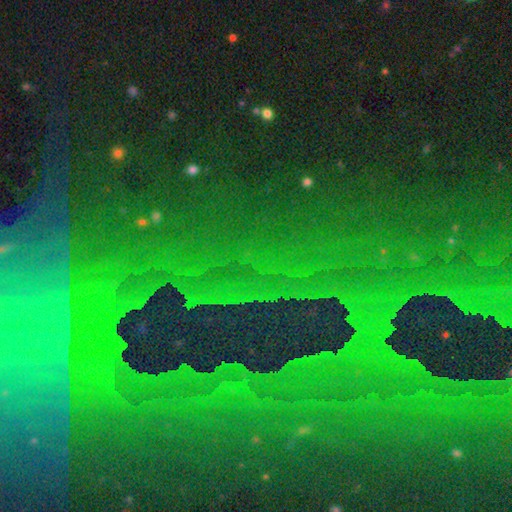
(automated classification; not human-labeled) smooth-or-featured: star or artifact: 85% | featured or disk: 8% | smooth: 7%